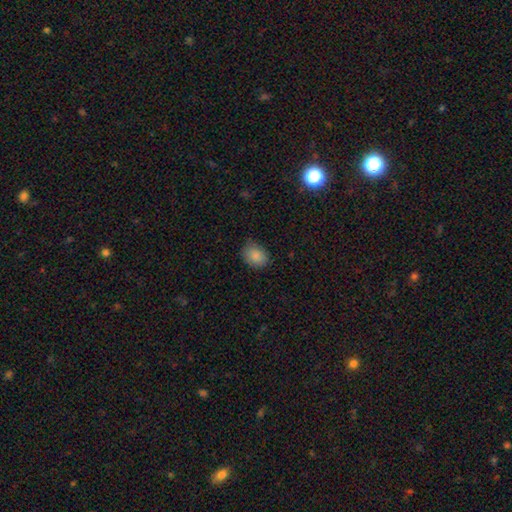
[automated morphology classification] smooth_or_featured: smooth (p=0.86) [alt: star or artifact p=0.09]
how_rounded: in between (p=0.61) [alt: round p=0.38]
merging: none (p=0.73) [alt: minor disturbance p=0.22]